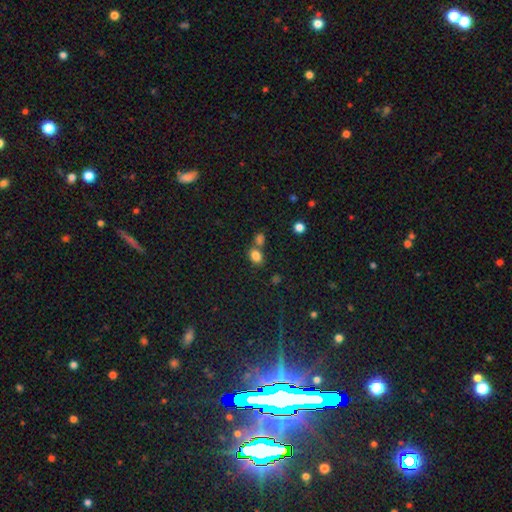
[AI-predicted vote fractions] smooth-or-featured: smooth: 82% | star or artifact: 12% | featured or disk: 6%
  how-rounded: in between: 73% | round: 25% | cigar-shaped: 1%
  merging: none: 52% | merger: 34% | minor disturbance: 11% | major disturbance: 4%